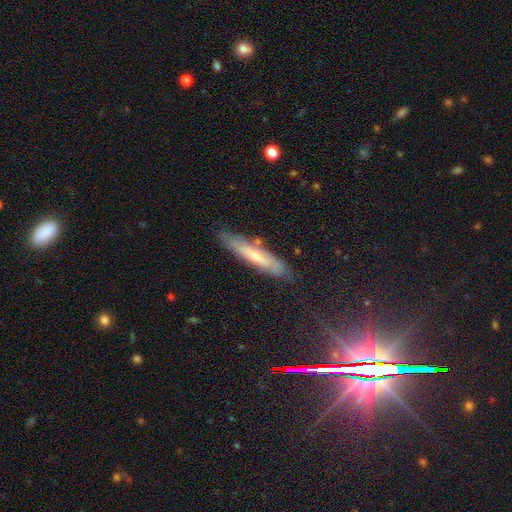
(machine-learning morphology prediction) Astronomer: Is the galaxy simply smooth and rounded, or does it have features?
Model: featured or disk — 48% (runner-up: smooth, 44%).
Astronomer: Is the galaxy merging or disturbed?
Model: none — 81%.